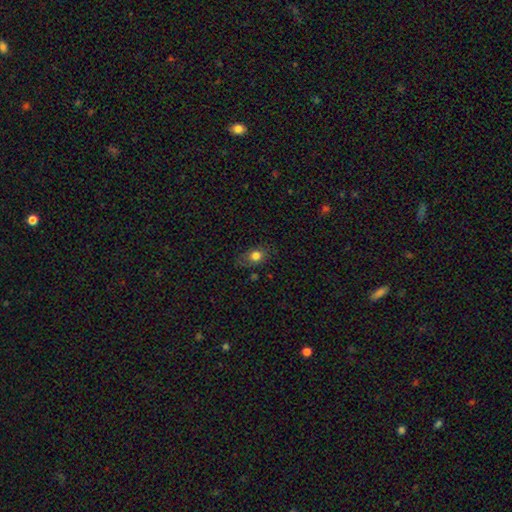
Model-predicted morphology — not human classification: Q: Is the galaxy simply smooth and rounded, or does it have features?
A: smooth — 76%.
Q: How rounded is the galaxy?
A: in between — 70%.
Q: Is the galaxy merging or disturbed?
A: none — 70%.